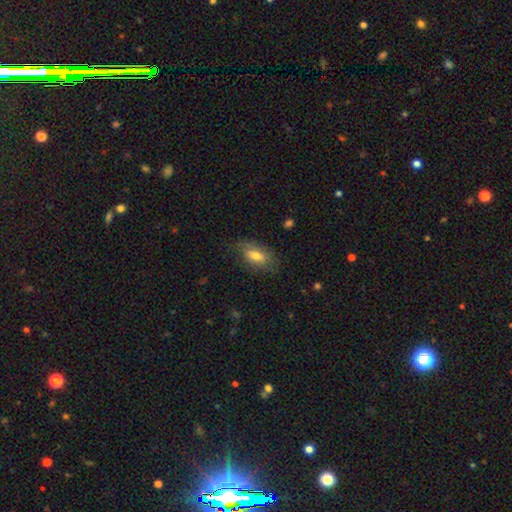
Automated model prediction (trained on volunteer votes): This is possibly a smooth galaxy (60%). How rounded: clearly in between (85%). Merging: likely none (68%).